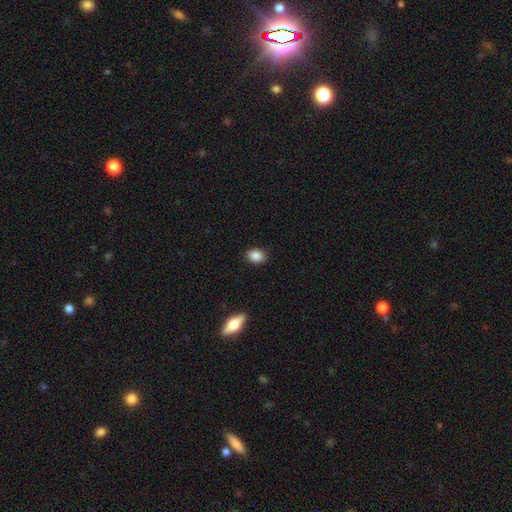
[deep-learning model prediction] A smooth galaxy with no disk features (87%) that is in between round and cigar-shaped (67%).

Vote fractions:
- Smooth or featured? smooth: 87% / star or artifact: 9% / featured or disk: 4%
- How rounded? in between: 67% / round: 31% / cigar-shaped: 1%
- Merging? none: 89% / minor disturbance: 8% / major disturbance: 2% / merger: 1%